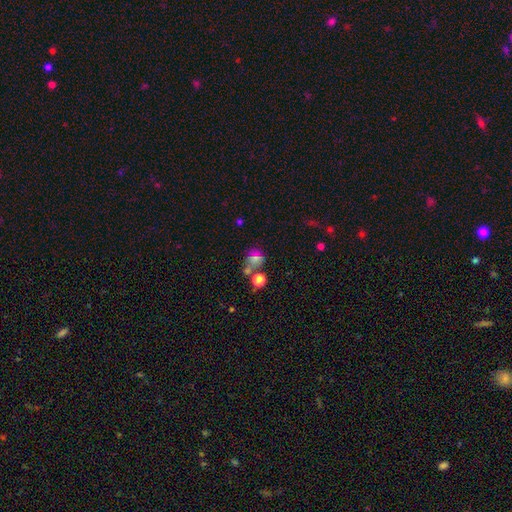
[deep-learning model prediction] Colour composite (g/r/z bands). It shows a smooth galaxy with no disk features (60%) that is round (64%). Merging: none (47%).